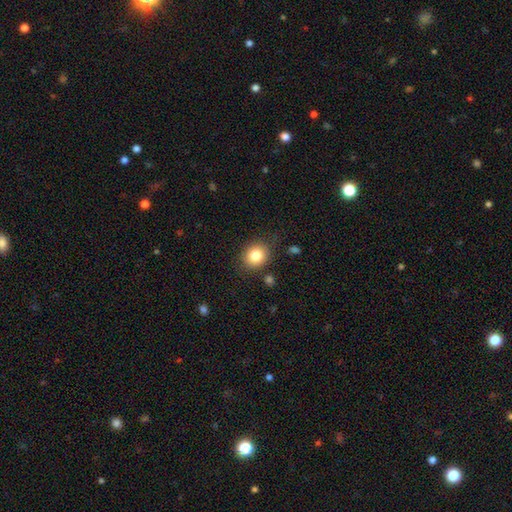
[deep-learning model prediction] The model was most divided on "how rounded": round: 66%, in between: 33%, cigar-shaped: 1%. More confident: smooth or featured — smooth (83%); merging — none (83%).